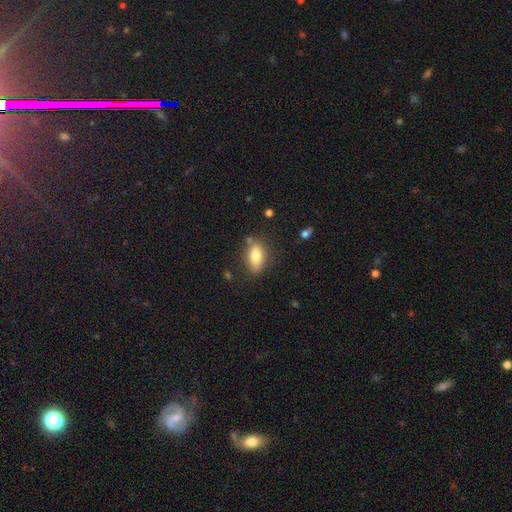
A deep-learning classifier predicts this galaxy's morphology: A smooth galaxy with no disk features (80%) that is in between round and cigar-shaped (86%).

Vote fractions:
- Smooth or featured? smooth: 80% / featured or disk: 12% / star or artifact: 8%
- How rounded? in between: 86% / cigar-shaped: 8% / round: 6%
- Merging? none: 76% / minor disturbance: 16% / major disturbance: 4% / merger: 4%